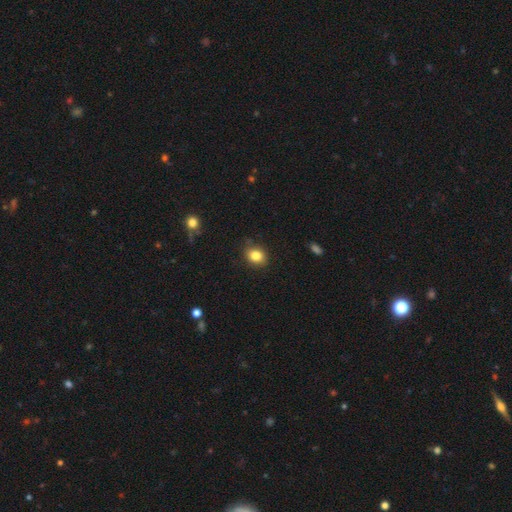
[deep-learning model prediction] Smooth or featured? Predicted: smooth (p=0.83). How rounded? Predicted: round (p=0.58). Merging? Predicted: none (p=0.83).